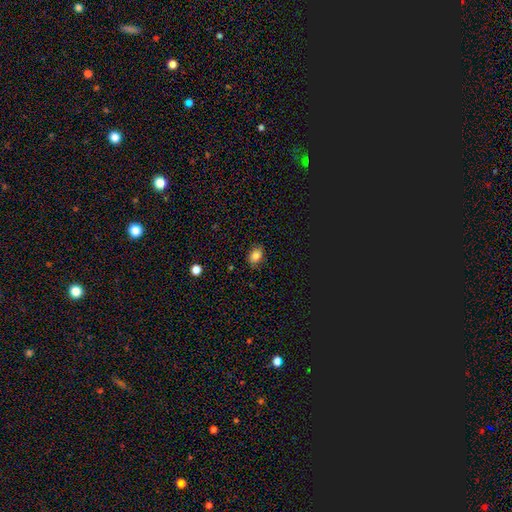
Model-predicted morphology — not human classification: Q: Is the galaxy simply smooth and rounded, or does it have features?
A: smooth — 80%.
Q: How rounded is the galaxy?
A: in between — 72%.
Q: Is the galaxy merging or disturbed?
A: none — 79%.